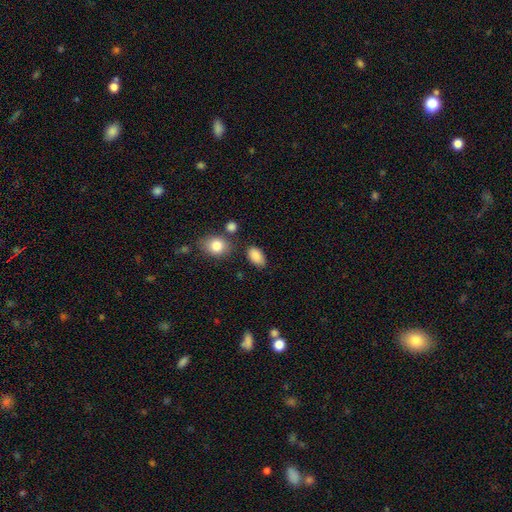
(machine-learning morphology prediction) The model was most divided on "merging": none: 75%, minor disturbance: 16%, merger: 5%, major disturbance: 4%. More confident: how rounded — in between (89%); smooth or featured — smooth (88%).